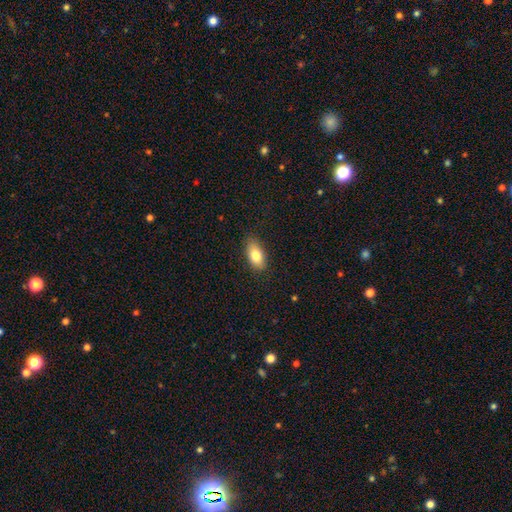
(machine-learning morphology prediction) Smooth or featured? Predicted: smooth (p=0.80). How rounded? Predicted: in between (p=0.88). Merging? Predicted: none (p=0.85).